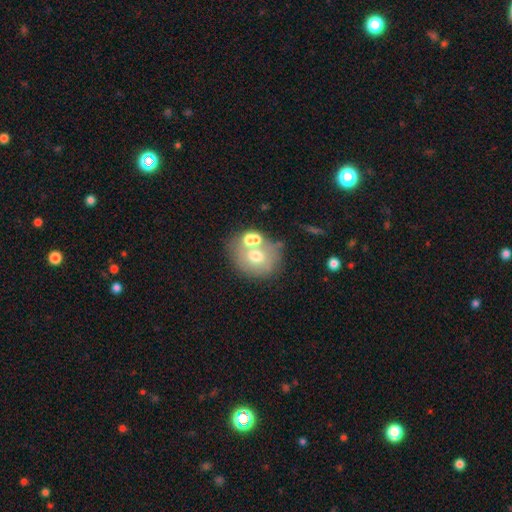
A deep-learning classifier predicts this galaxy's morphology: This appears to be a smooth galaxy with no disk features (60%) that is round (68%). Merging: none (48%).